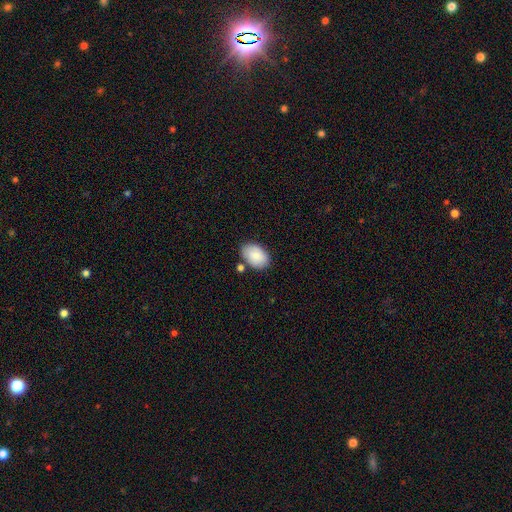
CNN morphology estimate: Overall: smooth (86%). How rounded: in between (90%). Merging: none (75%).